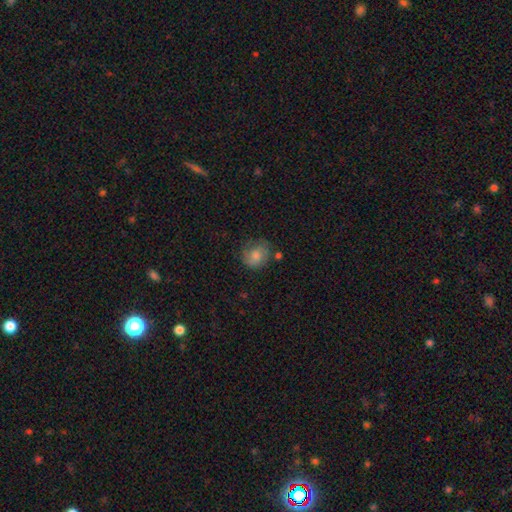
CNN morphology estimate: Overall: smooth (71%). How rounded: round (67%; in between 32%). Merging: none (69%).